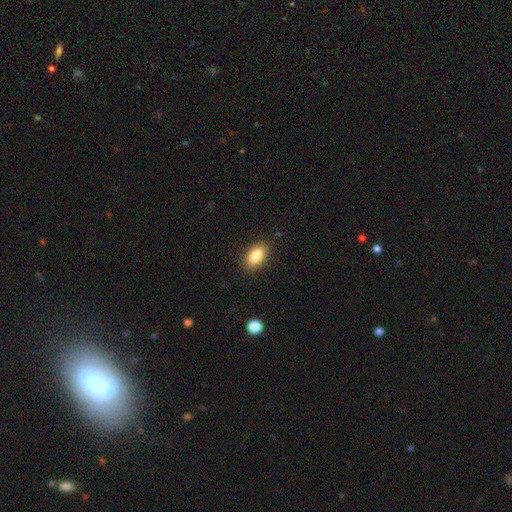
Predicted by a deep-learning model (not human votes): Q: Smooth or featured?
A: smooth (86%); runner-up: star or artifact (7%)
Q: How rounded?
A: in between (91%); runner-up: round (5%)
Q: Merging?
A: none (88%); runner-up: minor disturbance (9%)